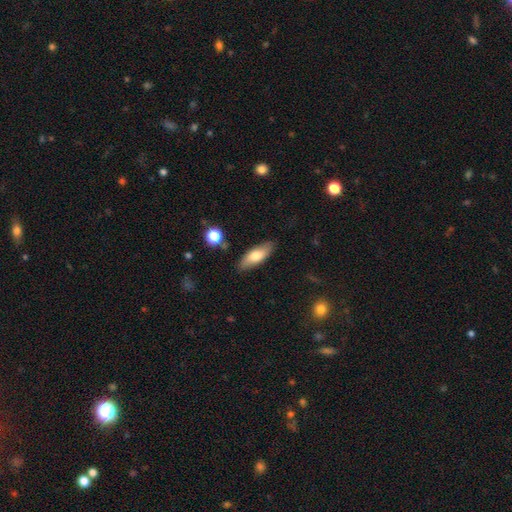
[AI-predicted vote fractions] Morphology: type=smooth (69%); roundness=in between (68%); merging=none (86%).